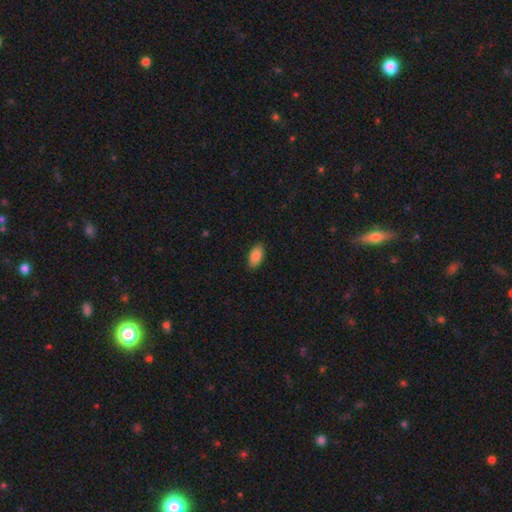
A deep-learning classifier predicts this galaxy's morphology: A smooth galaxy with no disk features (87%) that is in between round and cigar-shaped (94%). Merging: none (89%).